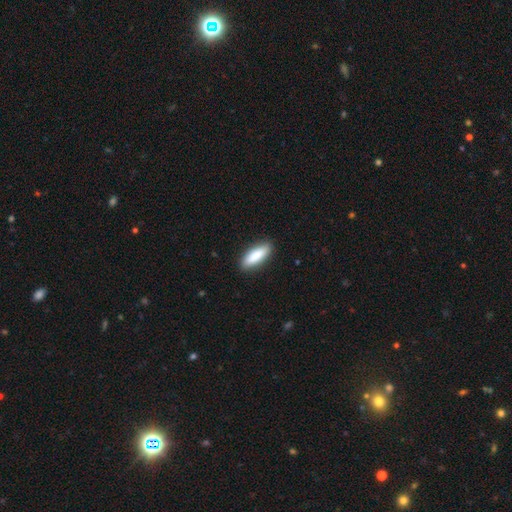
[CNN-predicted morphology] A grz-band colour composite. It shows a smooth galaxy with no disk features (85%) that is in between round and cigar-shaped (55%). Merging: none (89%).